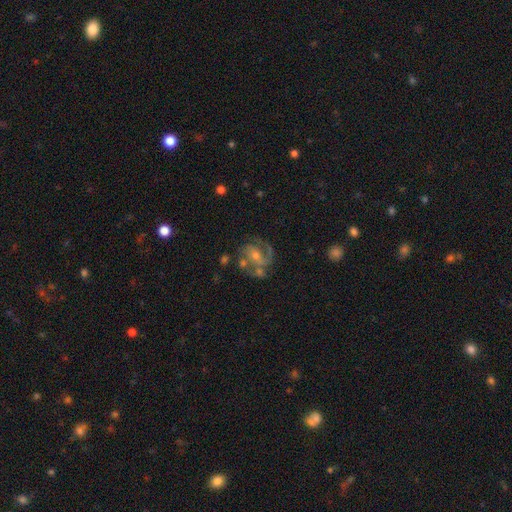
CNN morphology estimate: Smooth or featured?
  - featured or disk: 79% *
  - smooth: 14%
  - star or artifact: 7%
Edge-on disk?
  - no: 98% *
  - yes: 2%
Bar?
  - no: 45% *
  - weak: 40%
  - strong: 15%
Spiral arms?
  - yes: 89% *
  - no: 11%
Spiral winding?
  - medium: 52% *
  - tight: 29%
  - loose: 19%
Spiral arm count?
  - 2: 58% *
  - 1: 15%
  - can't tell: 12%
  - 3: 10%
  - 4: 2%
  - more than 4: 2%
Bulge size?
  - moderate: 48% *
  - small: 45%
  - none: 4%
  - large: 3%
  - dominant: 1%
Merging?
  - none: 51% *
  - minor disturbance: 19%
  - major disturbance: 17%
  - merger: 12%